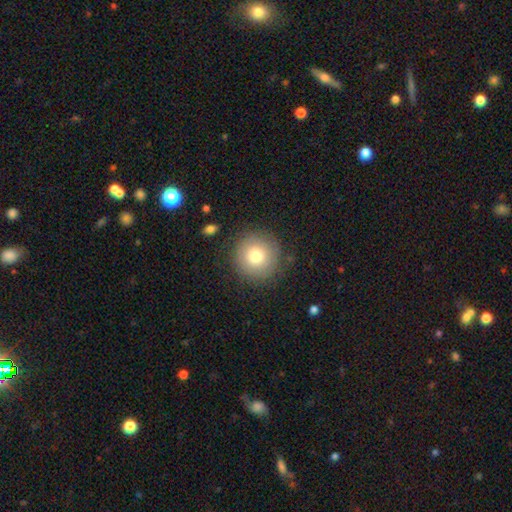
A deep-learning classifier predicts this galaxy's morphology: type=smooth (75%); roundness=round (95%); merging=none (85%).